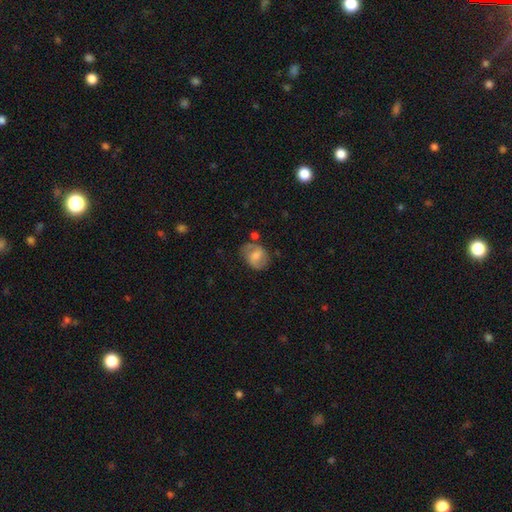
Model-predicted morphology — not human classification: Q: Smooth or featured?
A: featured or disk (51%); runner-up: smooth (42%)
Q: Edge-on disk?
A: no (96%); runner-up: yes (4%)
Q: Merging?
A: none (63%); runner-up: minor disturbance (22%)